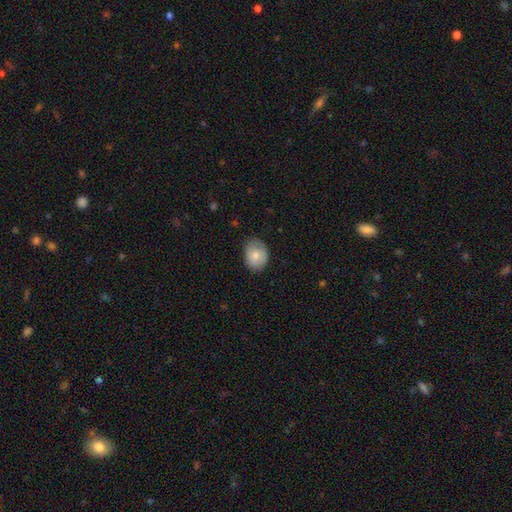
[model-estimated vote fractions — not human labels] smooth_or_featured: smooth (p=0.77) [alt: featured or disk p=0.17]
how_rounded: in between (p=0.54) [alt: round p=0.45]
merging: none (p=0.73) [alt: minor disturbance p=0.21]